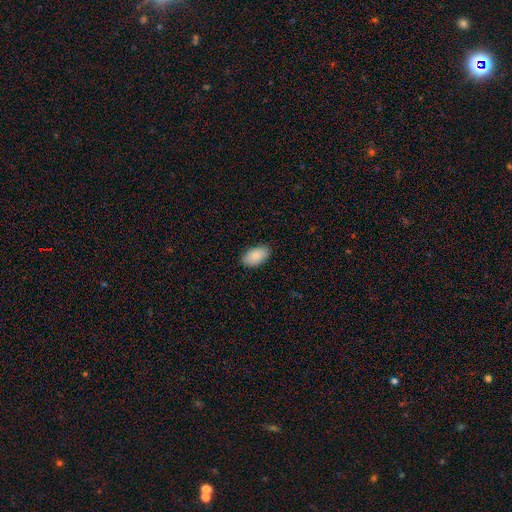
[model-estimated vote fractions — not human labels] Overall: smooth (87%). How rounded: in between (95%). Merging: none (88%).